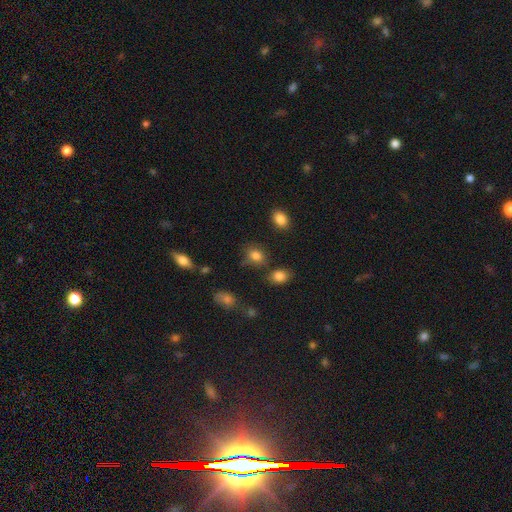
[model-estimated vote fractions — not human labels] Smooth or featured? smooth (82%)
How rounded? round (52%)
Merging? none (71%)